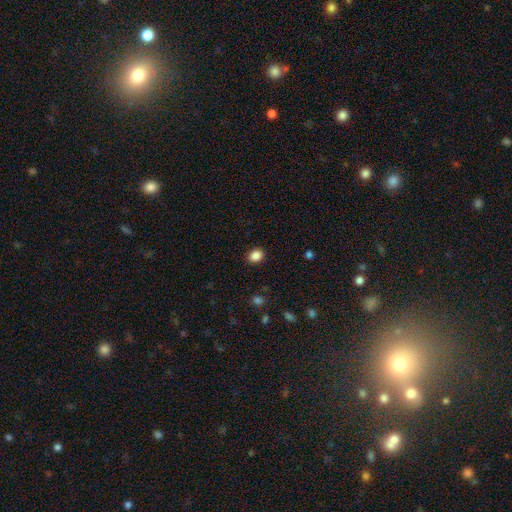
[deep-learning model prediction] smooth-or-featured: smooth: 87% | star or artifact: 10% | featured or disk: 3%
  how-rounded: in between: 52% | round: 47% | cigar-shaped: 1%
  merging: none: 89% | minor disturbance: 7% | major disturbance: 2% | merger: 1%